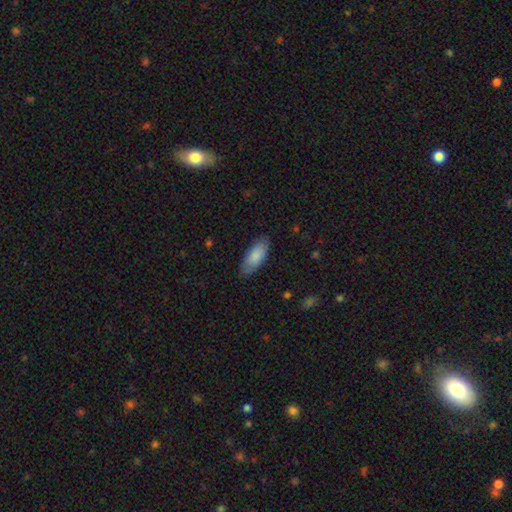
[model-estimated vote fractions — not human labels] Overall: smooth (85%). How rounded: in between (81%). Merging: none (83%).